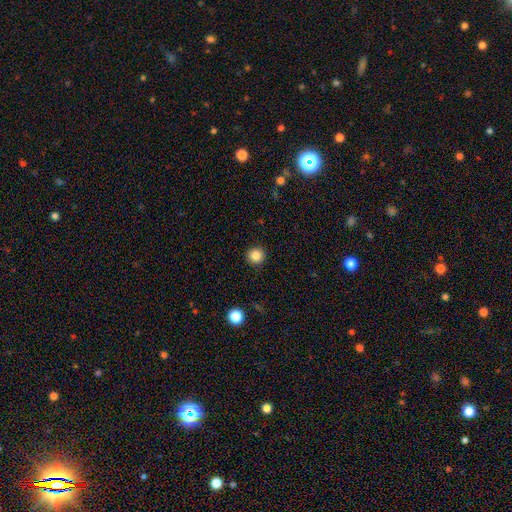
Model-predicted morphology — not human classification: Q: Smooth or featured?
A: smooth (84%); runner-up: star or artifact (11%)
Q: How rounded?
A: round (95%); runner-up: in between (4%)
Q: Merging?
A: none (92%); runner-up: minor disturbance (5%)